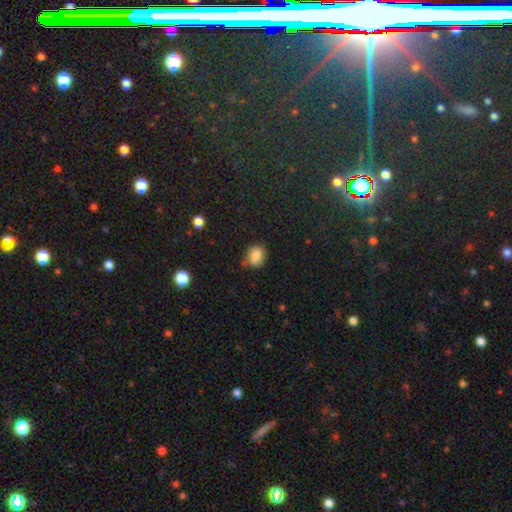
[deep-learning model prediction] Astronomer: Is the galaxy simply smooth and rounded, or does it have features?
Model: smooth — 81%.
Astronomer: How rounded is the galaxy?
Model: in between — 58% (runner-up: round, 41%).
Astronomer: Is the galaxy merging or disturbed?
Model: none — 75%.